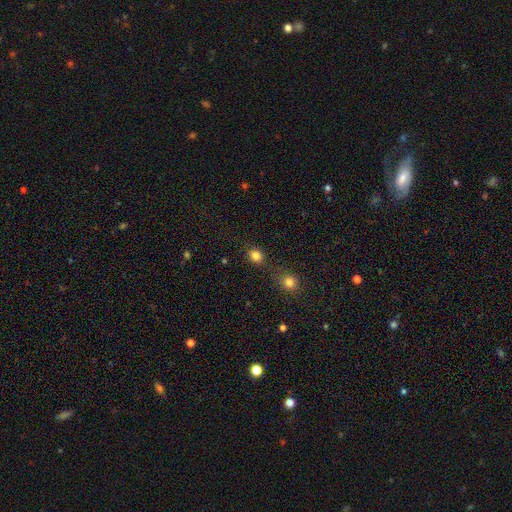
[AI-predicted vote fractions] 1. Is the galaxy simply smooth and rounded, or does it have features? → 83% smooth, 13% star or artifact, 4% featured or disk.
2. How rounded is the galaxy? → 72% round, 27% in between, 1% cigar-shaped.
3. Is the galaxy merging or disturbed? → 76% none, 10% minor disturbance, 10% merger, 4% major disturbance.